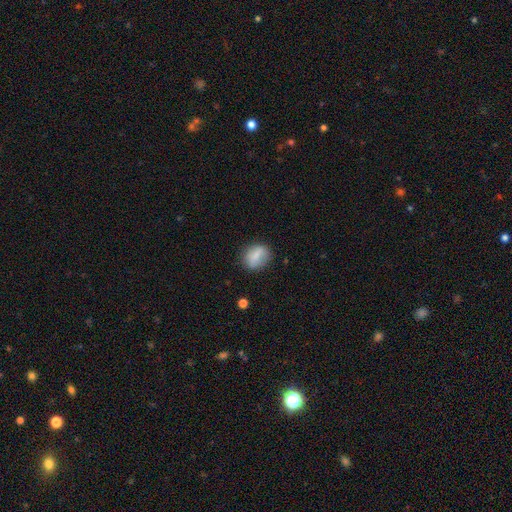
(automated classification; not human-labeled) Overall: smooth (76%). How rounded: in between (56%; round 41%). Merging: none (75%).